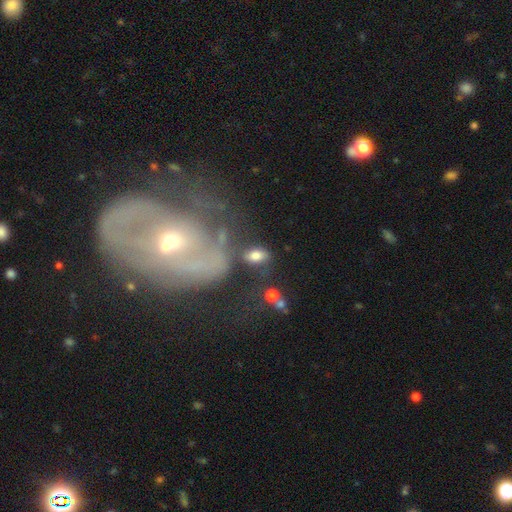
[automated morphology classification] This is likely a smooth galaxy (78%). How rounded: clearly in between (85%). Merging: likely none (62%).